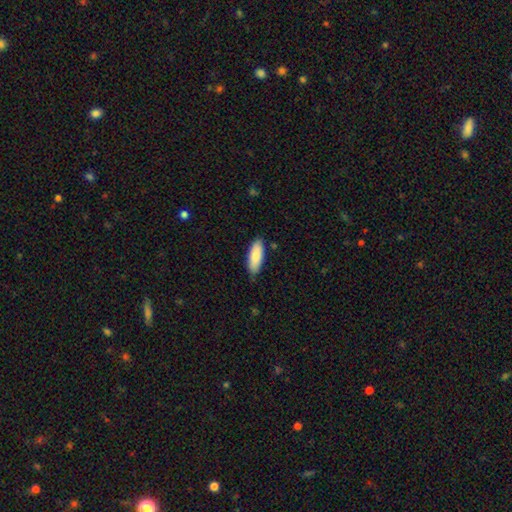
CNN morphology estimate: A smooth galaxy with no disk features (85%) that is in between round and cigar-shaped (72%). Merging: none (82%).